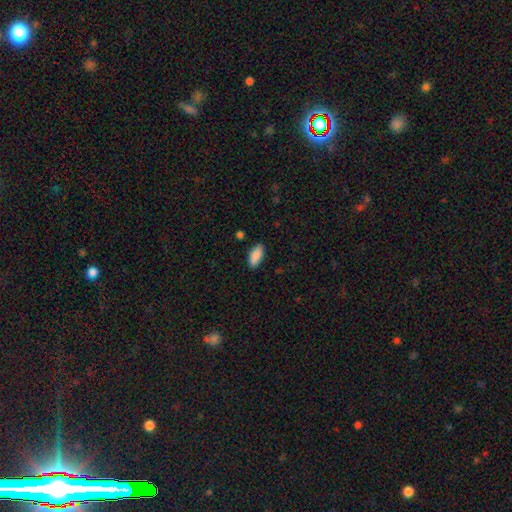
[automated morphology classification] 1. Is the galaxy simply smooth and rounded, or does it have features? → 89% smooth, 6% star or artifact, 4% featured or disk.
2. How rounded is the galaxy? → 87% in between, 11% cigar-shaped, 2% round.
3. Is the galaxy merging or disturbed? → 88% none, 9% minor disturbance, 2% major disturbance, 1% merger.